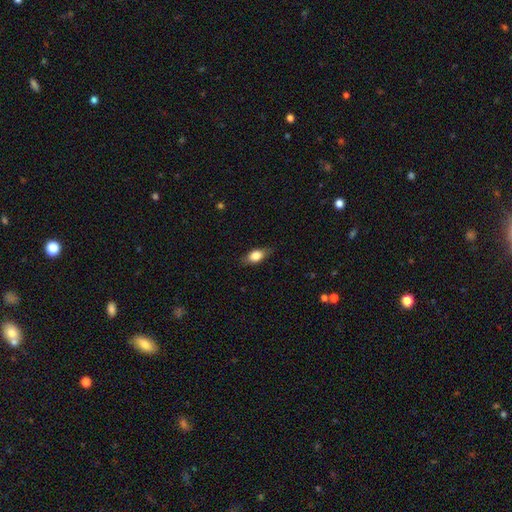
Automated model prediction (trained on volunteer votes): smooth_or_featured: smooth (p=0.74) [alt: featured or disk p=0.19]
how_rounded: in between (p=0.79) [alt: cigar-shaped p=0.11]
merging: none (p=0.80) [alt: minor disturbance p=0.15]